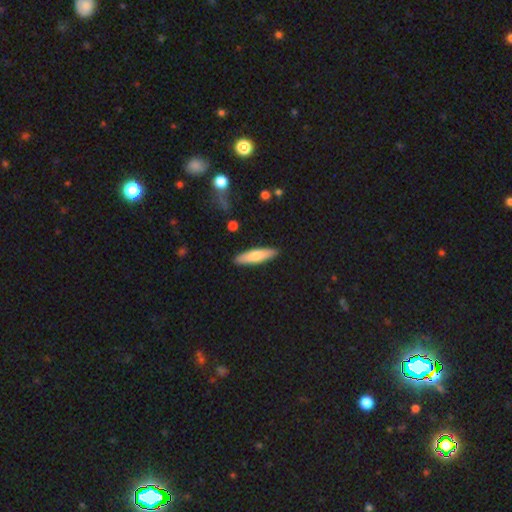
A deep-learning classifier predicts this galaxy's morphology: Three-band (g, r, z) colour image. It shows a smooth galaxy with no disk features (73%) that is cigar-shaped (74%). Merging: none (90%).